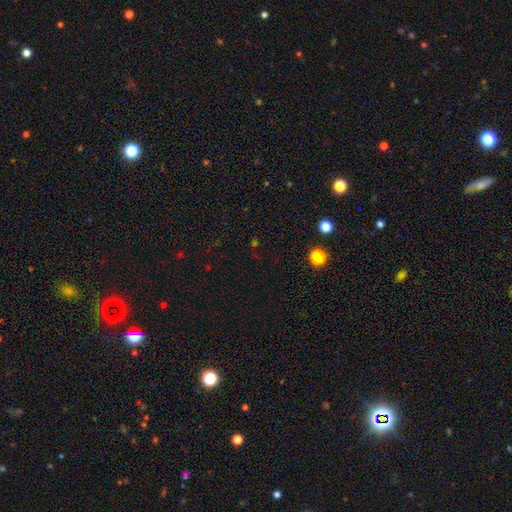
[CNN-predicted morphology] Q: Smooth or featured?
A: star or artifact (56%); runner-up: smooth (37%)